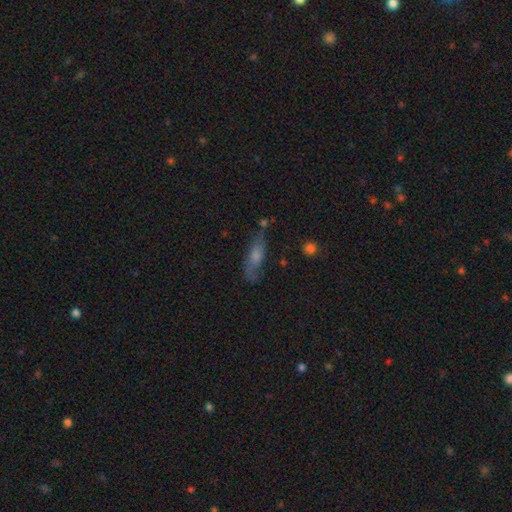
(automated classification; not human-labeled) Overall: featured or disk (44%; smooth 43%). Merging: none (66%).